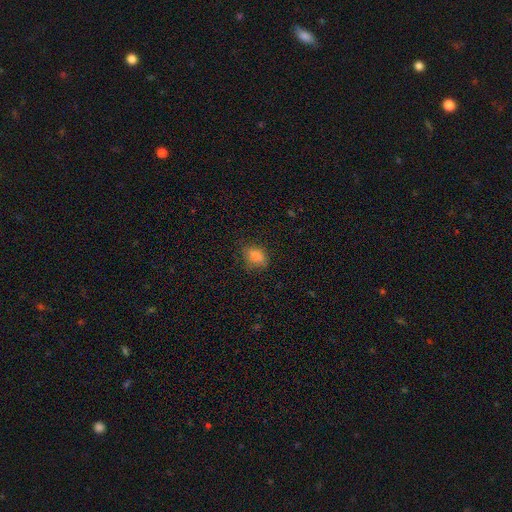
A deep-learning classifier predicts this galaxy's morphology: smooth_or_featured: smooth (p=0.82) [alt: star or artifact p=0.12]
how_rounded: in between (p=0.78) [alt: round p=0.19]
merging: none (p=0.77) [alt: minor disturbance p=0.17]